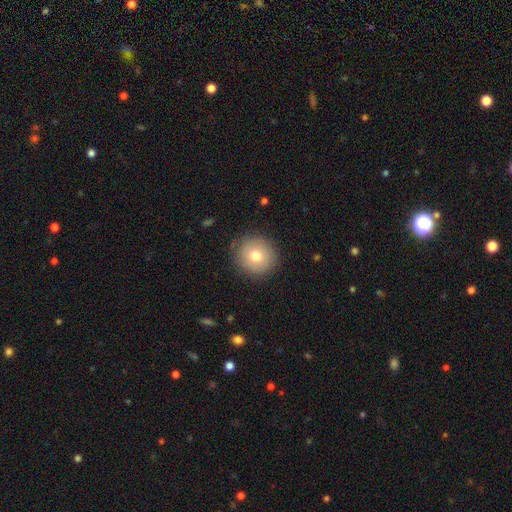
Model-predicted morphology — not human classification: type=smooth (74%); roundness=round (91%); merging=none (86%).